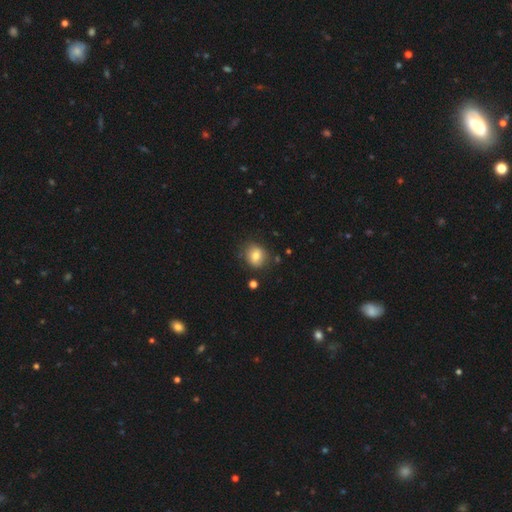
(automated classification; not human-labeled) Smooth or featured? smooth (76%)
How rounded? round (67%)
Merging? none (77%)